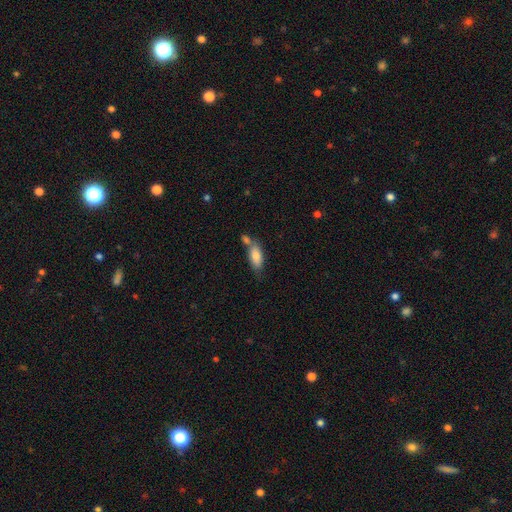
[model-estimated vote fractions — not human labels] smooth_or_featured: smooth (p=0.78) [alt: featured or disk p=0.15]
how_rounded: in between (p=0.80) [alt: cigar-shaped p=0.17]
merging: none (p=0.44) [alt: merger p=0.35]